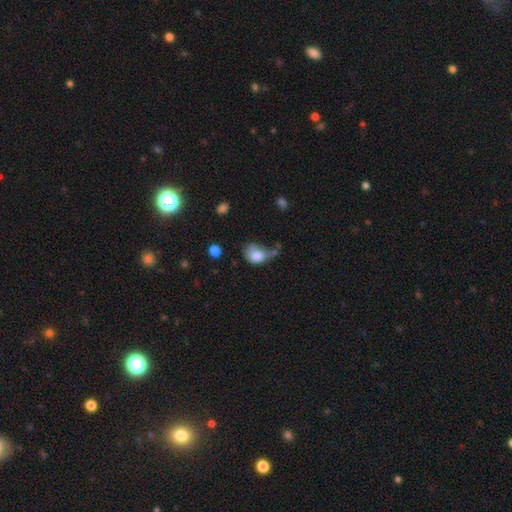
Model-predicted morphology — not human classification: Overall: smooth (76%). How rounded: in between (65%; round 33%). Merging: major disturbance (33%; minor disturbance 29%).